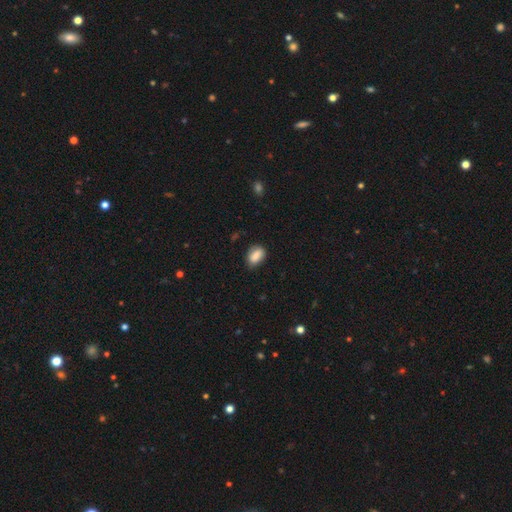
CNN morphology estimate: This appears to be a smooth galaxy with no disk features (86%) that is in between round and cigar-shaped (85%). Merging: none (74%).